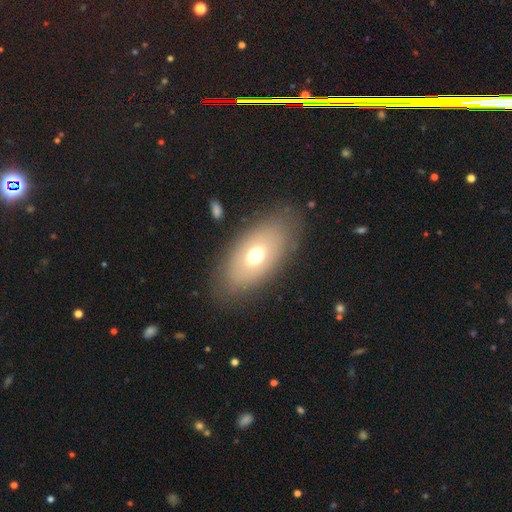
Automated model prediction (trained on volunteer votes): Smooth or featured?
  - smooth: 59% *
  - featured or disk: 32%
  - star or artifact: 9%
How rounded?
  - in between: 89% *
  - round: 8%
  - cigar-shaped: 3%
Merging?
  - none: 81% *
  - minor disturbance: 12%
  - major disturbance: 6%
  - merger: 2%